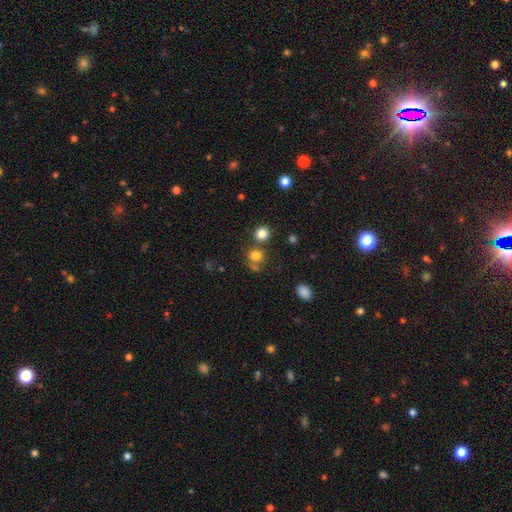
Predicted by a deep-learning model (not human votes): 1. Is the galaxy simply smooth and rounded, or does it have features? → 78% smooth, 15% star or artifact, 7% featured or disk.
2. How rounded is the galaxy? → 88% round, 11% in between, 1% cigar-shaped.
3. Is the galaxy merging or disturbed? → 65% none, 22% merger, 9% minor disturbance, 4% major disturbance.